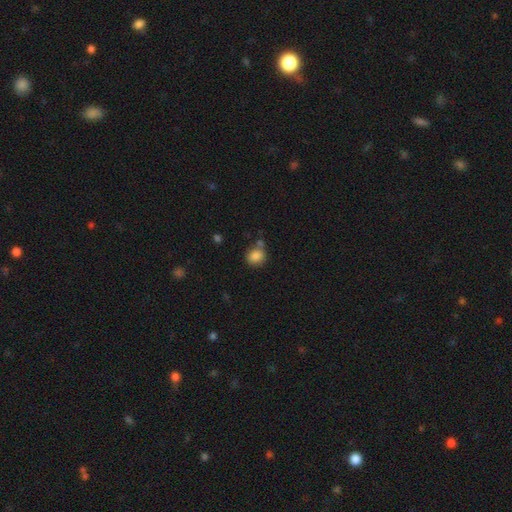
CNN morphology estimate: A smooth galaxy with no disk features (85%) that is round (65%).

Vote fractions:
- Smooth or featured? smooth: 85% / star or artifact: 10% / featured or disk: 5%
- How rounded? round: 65% / in between: 34% / cigar-shaped: 1%
- Merging? none: 66% / minor disturbance: 16% / merger: 14% / major disturbance: 5%